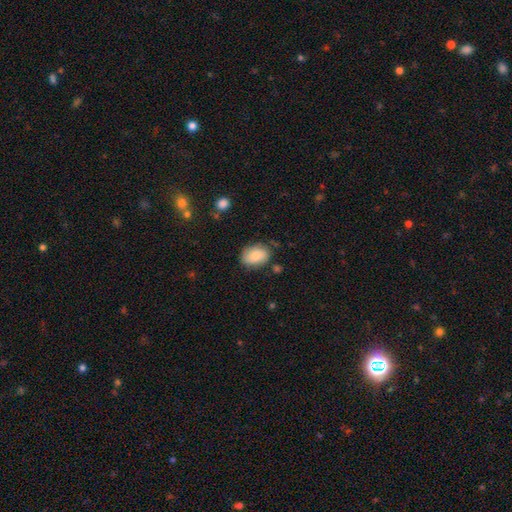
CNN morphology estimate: type=smooth (82%); roundness=in between (80%); merging=none (74%).